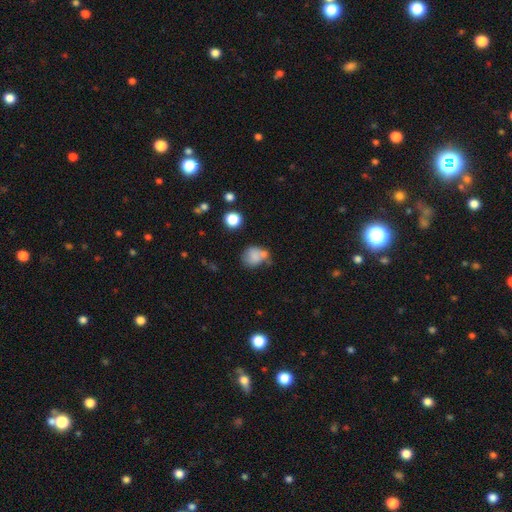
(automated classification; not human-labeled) Smooth or featured? smooth (73%)
How rounded? in between (49%, tied with round)
Merging? none (39%)